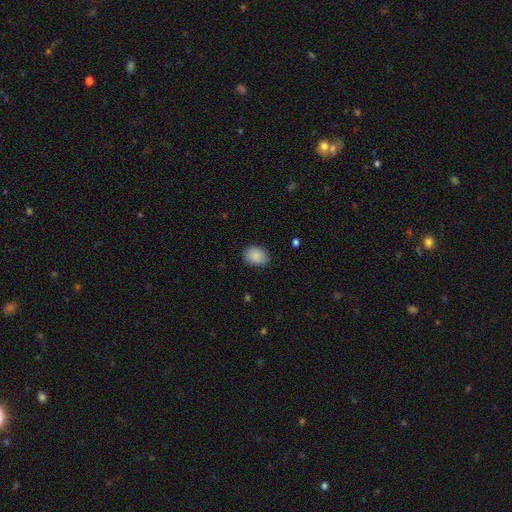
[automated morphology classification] type=smooth (88%); roundness=in between (56%); merging=none (82%).